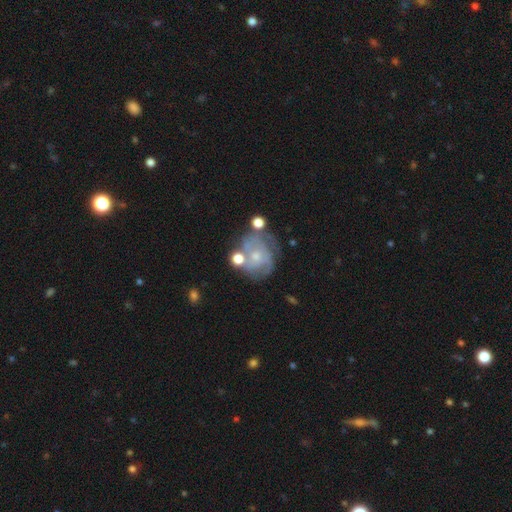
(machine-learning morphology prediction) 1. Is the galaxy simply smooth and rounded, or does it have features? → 68% featured or disk, 23% smooth, 9% star or artifact.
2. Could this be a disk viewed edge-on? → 98% no, 2% yes.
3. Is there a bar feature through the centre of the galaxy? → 78% no, 19% weak, 3% strong.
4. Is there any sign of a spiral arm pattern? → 74% yes, 26% no.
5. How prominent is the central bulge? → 63% small, 28% moderate, 6% none, 2% large, 1% dominant.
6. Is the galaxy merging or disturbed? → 50% none, 21% minor disturbance, 15% major disturbance, 14% merger.